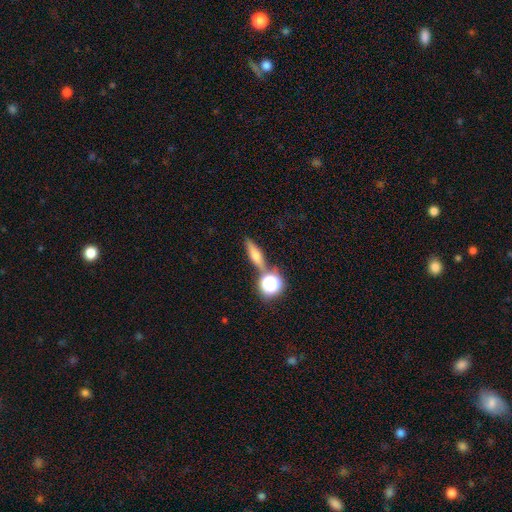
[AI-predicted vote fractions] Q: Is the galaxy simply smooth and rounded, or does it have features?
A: smooth — 59%.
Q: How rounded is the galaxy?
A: cigar-shaped — 48%.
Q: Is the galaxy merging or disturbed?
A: none — 68%.